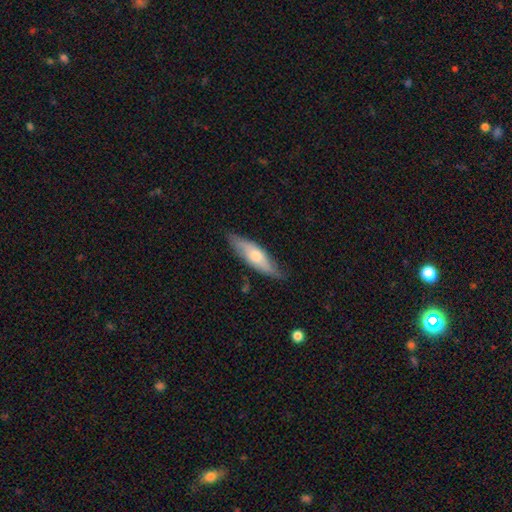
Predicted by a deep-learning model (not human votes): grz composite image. It shows a smooth galaxy with no disk features (53%) that is cigar-shaped (53%). Merging: none (76%).